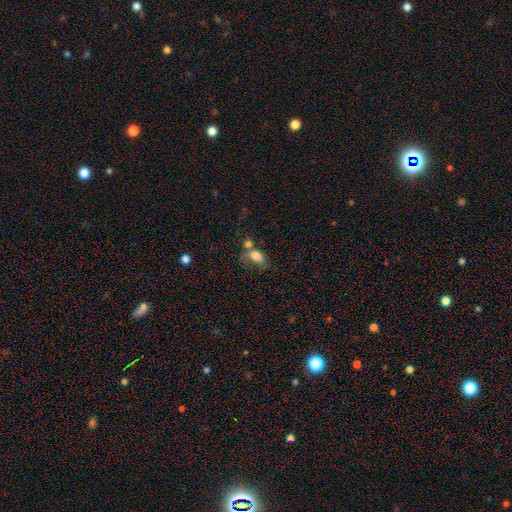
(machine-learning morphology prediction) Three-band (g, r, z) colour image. It shows a smooth galaxy with no disk features (77%) that is in between round and cigar-shaped (82%). Merging: merger (33%).